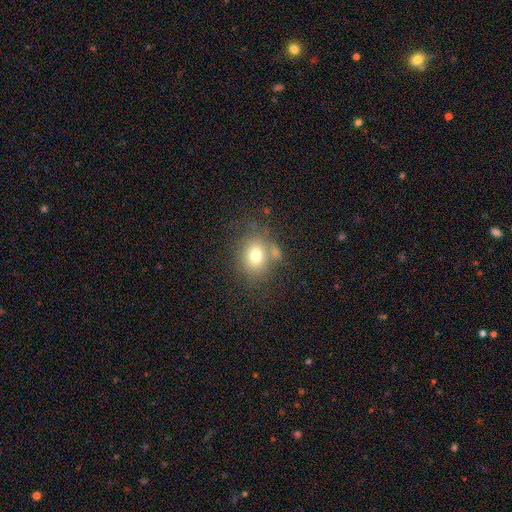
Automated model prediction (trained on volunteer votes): This is likely a smooth galaxy (74%). How rounded: possibly in between (52%). Merging: likely none (62%).